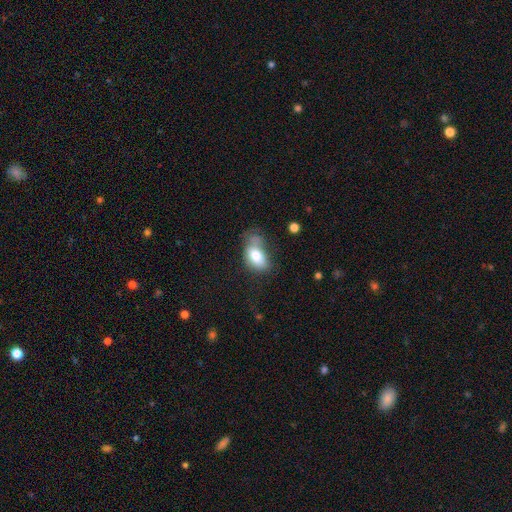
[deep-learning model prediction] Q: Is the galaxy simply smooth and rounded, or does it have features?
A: smooth — 77%.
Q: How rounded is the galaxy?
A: in between — 91%.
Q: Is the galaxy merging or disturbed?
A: minor disturbance — 33%.